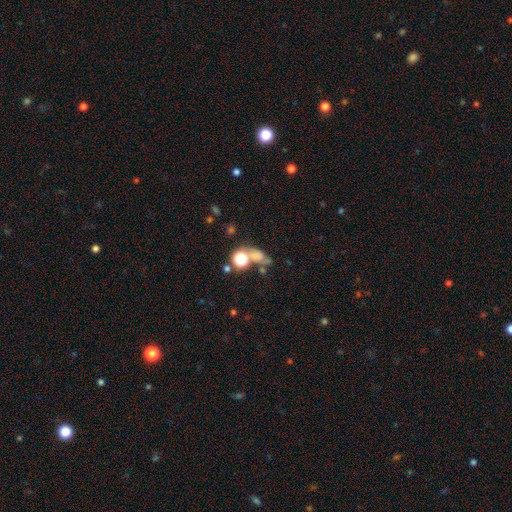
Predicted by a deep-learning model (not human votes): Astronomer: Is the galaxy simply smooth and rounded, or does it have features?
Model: smooth — 56%.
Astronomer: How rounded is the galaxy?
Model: round — 48% (runner-up: in between, 46%).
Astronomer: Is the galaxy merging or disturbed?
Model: none — 38% (runner-up: merger, 33%).